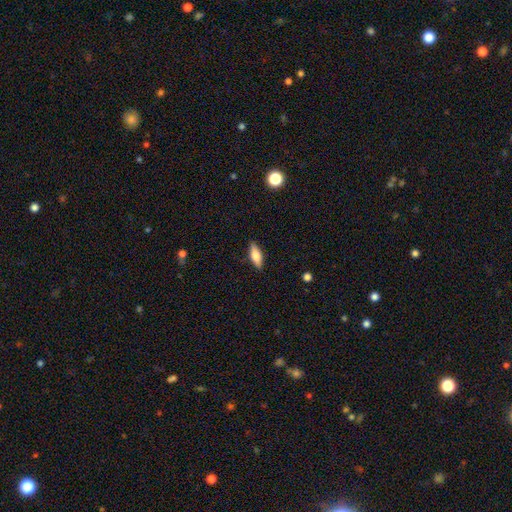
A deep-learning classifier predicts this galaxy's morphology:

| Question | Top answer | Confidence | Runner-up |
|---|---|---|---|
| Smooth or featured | smooth | 65% | featured or disk (28%) |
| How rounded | in between | 62% | cigar-shaped (35%) |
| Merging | none | 88% | minor disturbance (9%) |